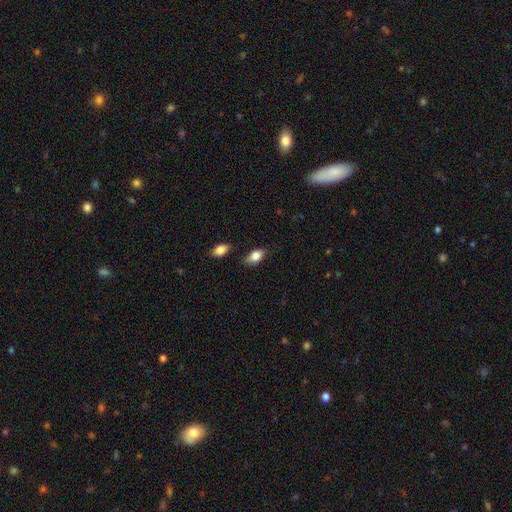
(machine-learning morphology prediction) smooth_or_featured: smooth (p=0.79) [alt: featured or disk p=0.14]
how_rounded: in between (p=0.85) [alt: round p=0.10]
merging: none (p=0.69) [alt: minor disturbance p=0.22]